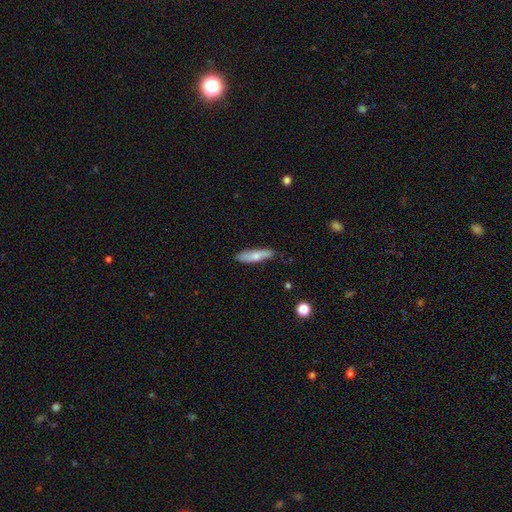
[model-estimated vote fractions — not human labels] Smooth or featured? Predicted: smooth (p=0.70). How rounded? Predicted: cigar-shaped (p=0.73). Merging? Predicted: none (p=0.80).